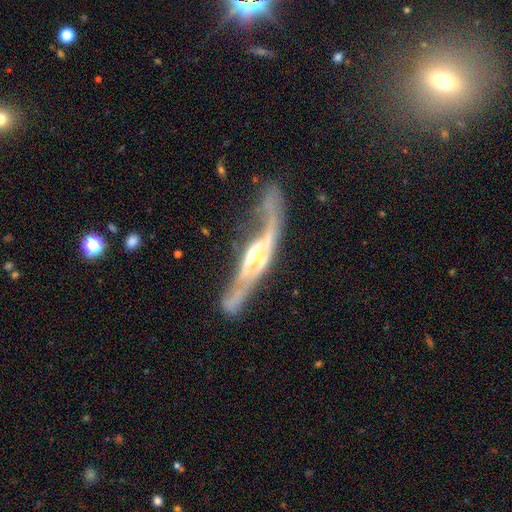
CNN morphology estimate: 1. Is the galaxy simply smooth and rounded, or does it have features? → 84% featured or disk, 10% smooth, 6% star or artifact.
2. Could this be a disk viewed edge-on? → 51% yes, 49% no.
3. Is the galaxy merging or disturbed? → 41% none, 31% major disturbance, 20% minor disturbance, 8% merger.